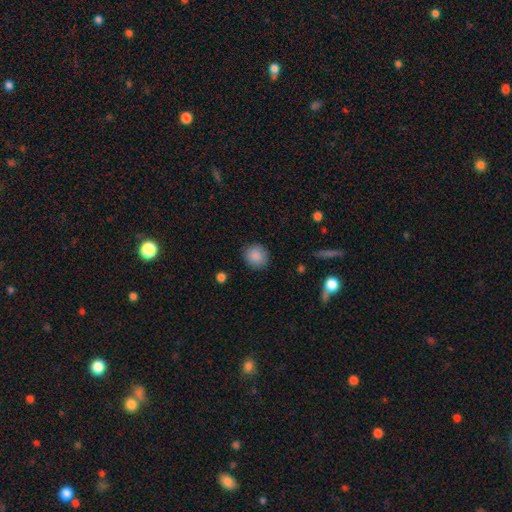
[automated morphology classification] Overall: smooth (88%). How rounded: round (82%). Merging: none (87%).